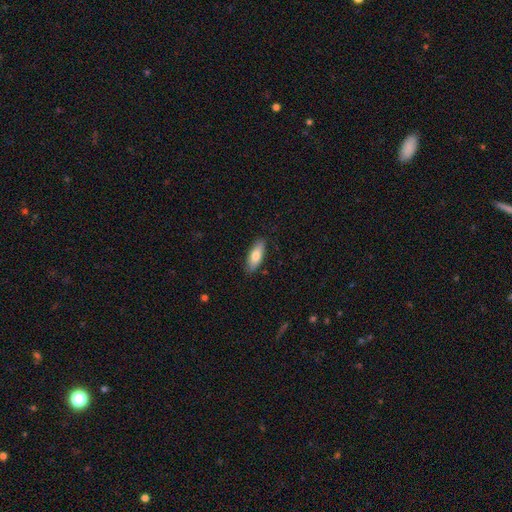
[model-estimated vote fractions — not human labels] Smooth or featured? smooth (75%)
How rounded? in between (70%)
Merging? none (86%)